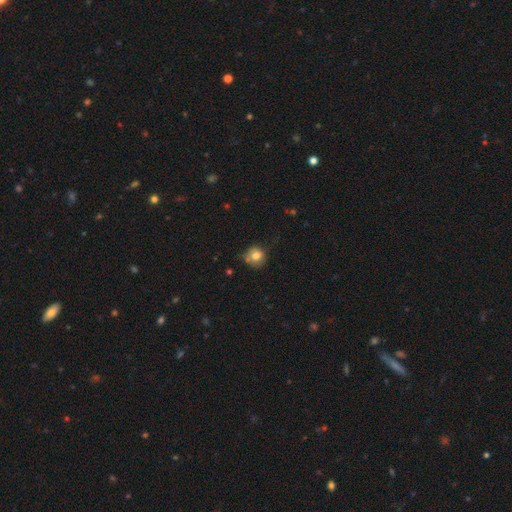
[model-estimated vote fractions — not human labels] This appears to be a smooth galaxy with no disk features (78%) that is round (87%). Merging: none (63%).